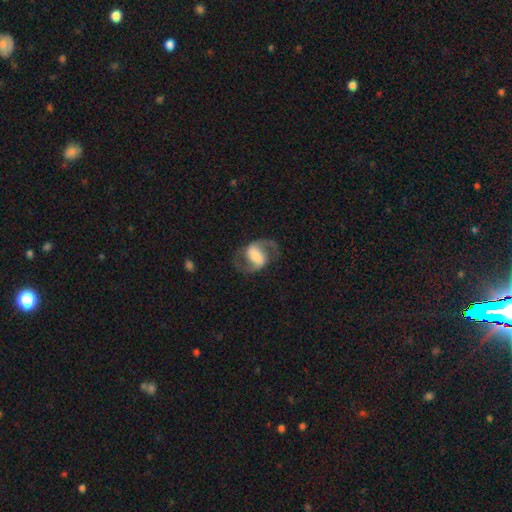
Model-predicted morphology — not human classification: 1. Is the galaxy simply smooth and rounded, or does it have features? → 83% featured or disk, 11% smooth, 6% star or artifact.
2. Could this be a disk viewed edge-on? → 98% no, 2% yes.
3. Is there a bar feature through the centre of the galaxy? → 42% strong, 38% weak, 20% no.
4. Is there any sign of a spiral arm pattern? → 94% yes, 6% no.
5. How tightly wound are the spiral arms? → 52% medium, 36% loose, 12% tight.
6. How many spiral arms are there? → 92% 2, 2% 1, 2% can't tell, 1% 3, 1% 4, 1% more than 4.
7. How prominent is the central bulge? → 30% large (tied), 30% moderate (tied), 22% small, 12% none, 6% dominant.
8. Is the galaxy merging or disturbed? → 76% none, 13% minor disturbance, 10% major disturbance, 1% merger.